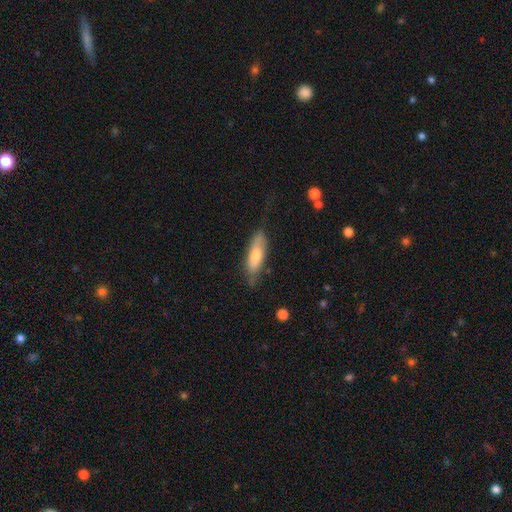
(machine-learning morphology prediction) This appears to be a smooth galaxy with no disk features (59%) that is in between round and cigar-shaped (49%, tied with cigar-shaped). Merging: none (66%).